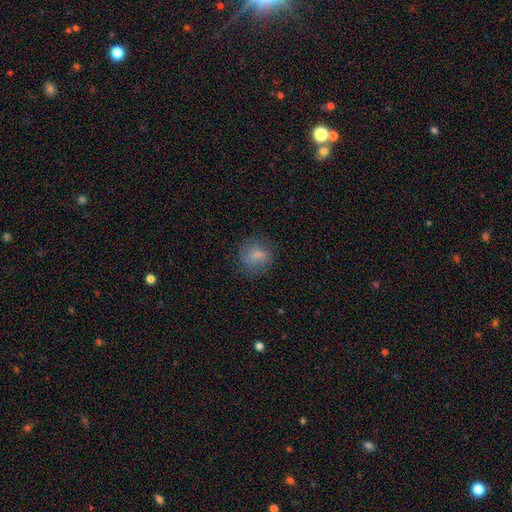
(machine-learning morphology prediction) smooth-or-featured: smooth: 77% | featured or disk: 13% | star or artifact: 10%
  how-rounded: round: 64% | in between: 34% | cigar-shaped: 2%
  merging: none: 75% | minor disturbance: 16% | major disturbance: 7% | merger: 1%